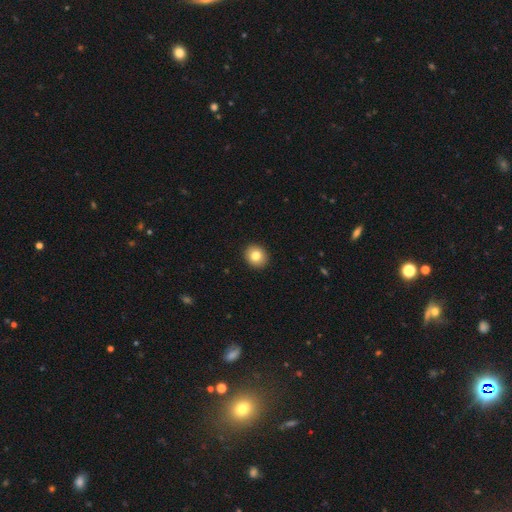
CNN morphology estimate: This appears to be a smooth galaxy with no disk features (81%) that is round (79%). Merging: none (92%).